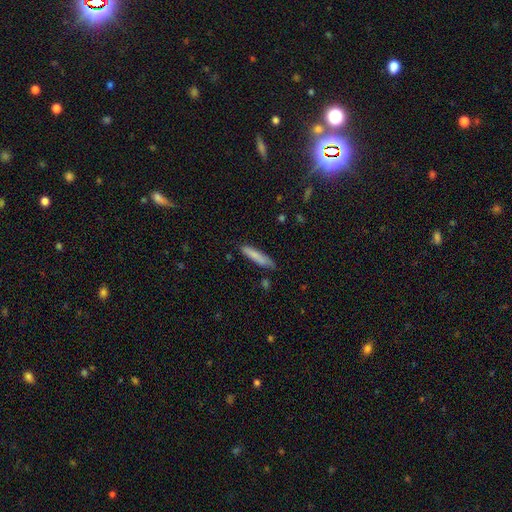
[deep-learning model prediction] Q: Smooth or featured?
A: smooth (78%); runner-up: featured or disk (15%)
Q: How rounded?
A: cigar-shaped (87%); runner-up: in between (12%)
Q: Merging?
A: none (78%); runner-up: minor disturbance (17%)